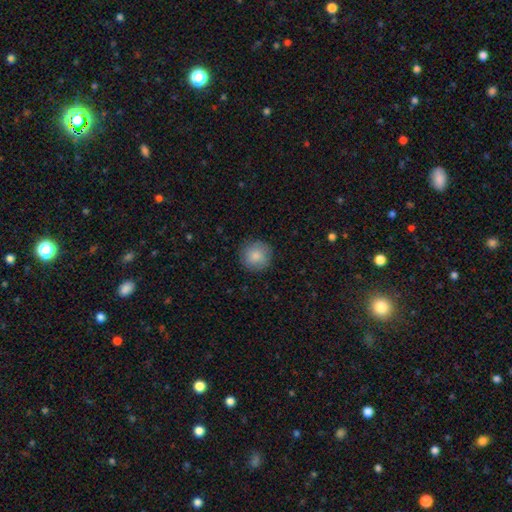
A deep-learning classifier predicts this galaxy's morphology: smooth-or-featured: smooth: 86% | featured or disk: 7% | star or artifact: 7%
  how-rounded: round: 94% | in between: 5% | cigar-shaped: 1%
  merging: none: 88% | minor disturbance: 9% | major disturbance: 2% | merger: 1%